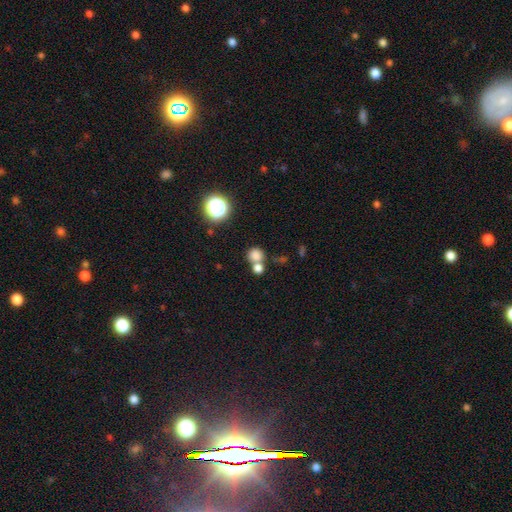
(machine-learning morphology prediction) A smooth galaxy with no disk features (78%) that is round (84%).

Vote fractions:
- Smooth or featured? smooth: 78% / star or artifact: 15% / featured or disk: 8%
- How rounded? round: 84% / in between: 15% / cigar-shaped: 1%
- Merging? none: 48% / merger: 40% / minor disturbance: 8% / major disturbance: 4%